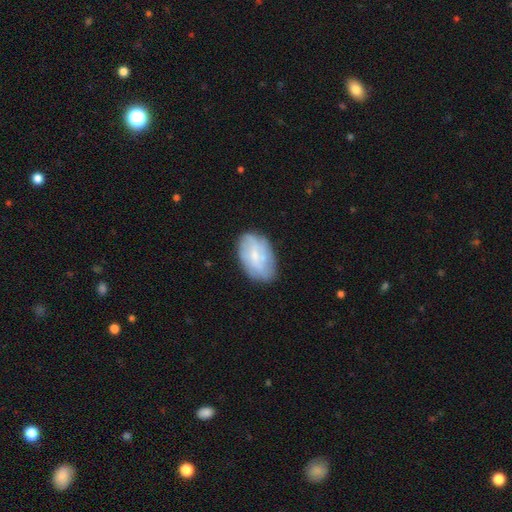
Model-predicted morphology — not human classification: Smooth or featured: smooth — 48% (featured or disk — 45%)
Merging: none — 73% (minor disturbance — 19%)